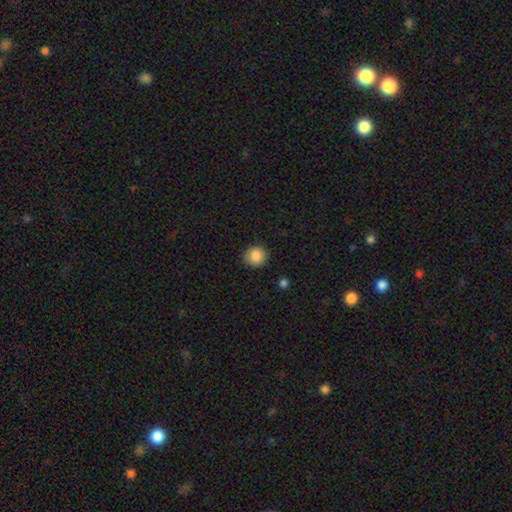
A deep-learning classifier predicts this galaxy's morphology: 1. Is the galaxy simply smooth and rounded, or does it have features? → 87% smooth, 9% star or artifact, 4% featured or disk.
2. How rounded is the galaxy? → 88% round, 11% in between, 1% cigar-shaped.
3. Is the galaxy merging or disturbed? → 89% none, 7% minor disturbance, 2% major disturbance, 1% merger.